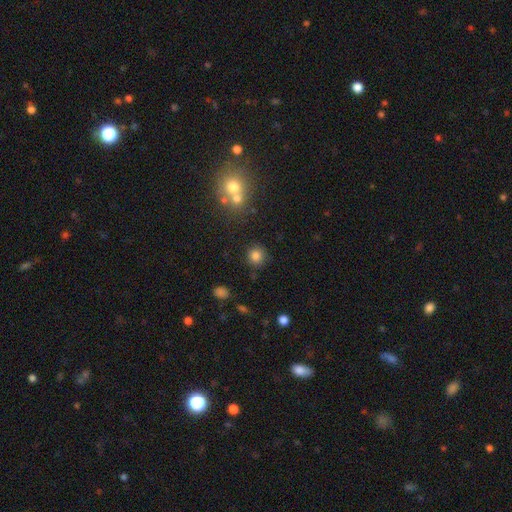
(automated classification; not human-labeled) The model was most divided on "smooth or featured": smooth: 82%, star or artifact: 13%, featured or disk: 6%. More confident: how rounded — round (92%); merging — none (87%).